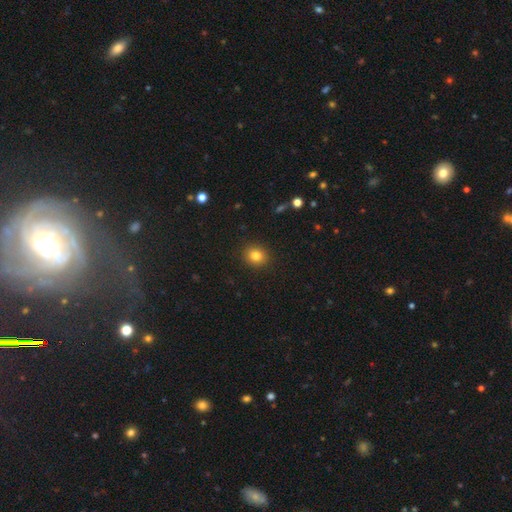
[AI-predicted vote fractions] The model was most divided on "how rounded": round: 79%, in between: 20%, cigar-shaped: 1%. More confident: merging — none (91%); smooth or featured — smooth (83%).